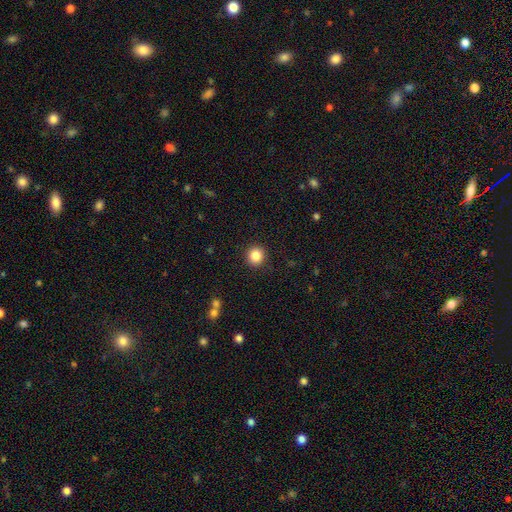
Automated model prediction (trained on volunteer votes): Smooth or featured?
  - smooth: 86% *
  - star or artifact: 10%
  - featured or disk: 4%
How rounded?
  - round: 93% *
  - in between: 6%
  - cigar-shaped: 1%
Merging?
  - none: 92% *
  - minor disturbance: 5%
  - major disturbance: 2%
  - merger: 1%